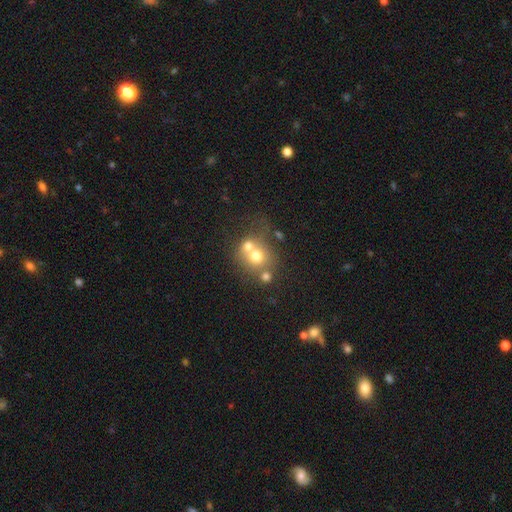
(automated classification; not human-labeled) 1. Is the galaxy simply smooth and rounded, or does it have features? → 65% smooth, 22% featured or disk, 13% star or artifact.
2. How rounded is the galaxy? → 78% round, 21% in between, 1% cigar-shaped.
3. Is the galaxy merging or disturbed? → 52% merger, 35% none, 8% minor disturbance, 5% major disturbance.